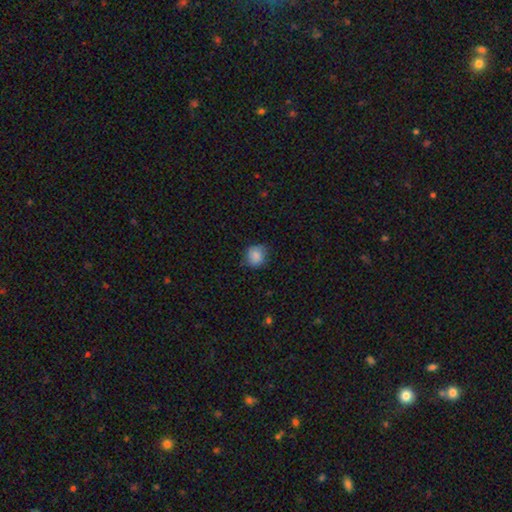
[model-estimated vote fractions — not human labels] This appears to be a smooth galaxy with no disk features (86%) that is round (79%). Merging: none (75%).